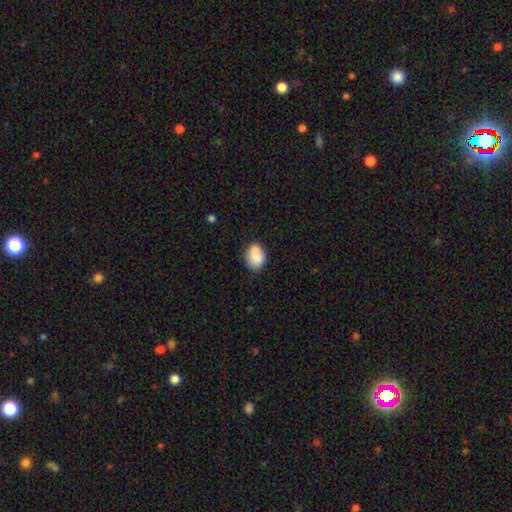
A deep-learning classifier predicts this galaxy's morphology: smooth_or_featured: smooth (p=0.83) [alt: featured or disk p=0.09]
how_rounded: in between (p=0.69) [alt: round p=0.30]
merging: none (p=0.71) [alt: minor disturbance p=0.21]